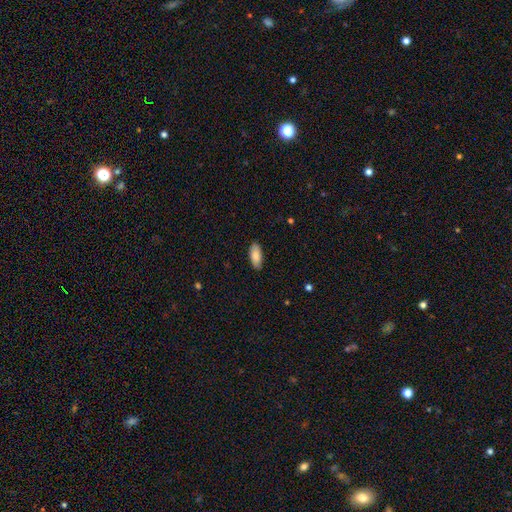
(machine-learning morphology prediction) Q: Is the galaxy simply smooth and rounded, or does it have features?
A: smooth — 84%.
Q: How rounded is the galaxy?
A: in between — 85%.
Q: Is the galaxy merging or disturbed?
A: none — 86%.